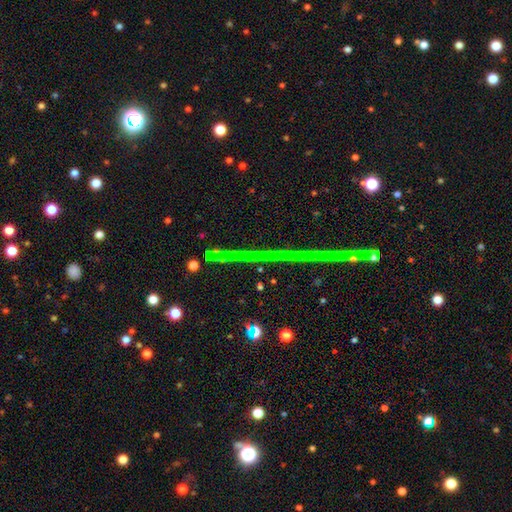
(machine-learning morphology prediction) star or artifact 77%, featured or disk 15%, smooth 8%.